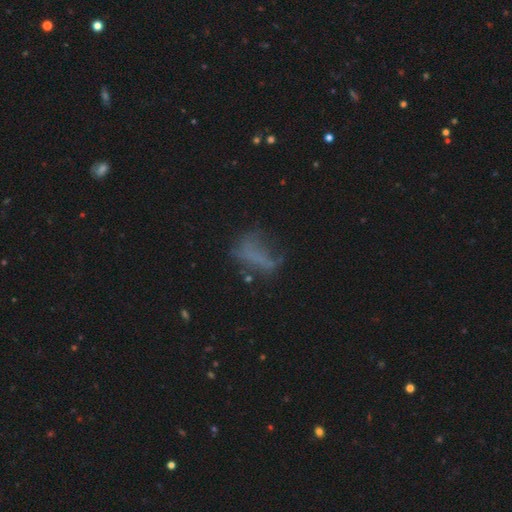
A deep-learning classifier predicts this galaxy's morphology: Q: Smooth or featured?
A: smooth (47%); runner-up: featured or disk (32%)
Q: Merging?
A: none (40%); runner-up: major disturbance (32%)